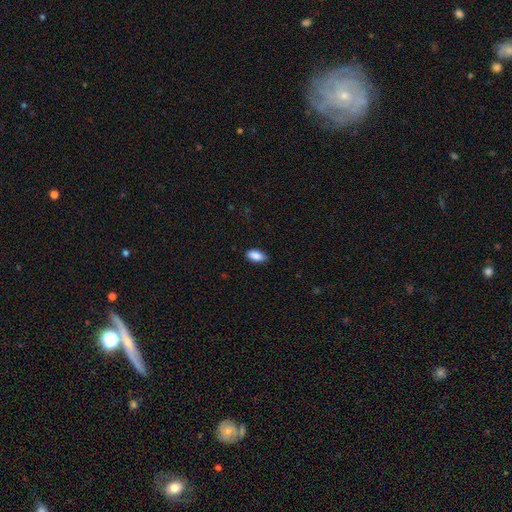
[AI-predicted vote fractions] Q: Smooth or featured?
A: smooth (87%); runner-up: star or artifact (7%)
Q: How rounded?
A: in between (90%); runner-up: cigar-shaped (7%)
Q: Merging?
A: none (84%); runner-up: minor disturbance (12%)